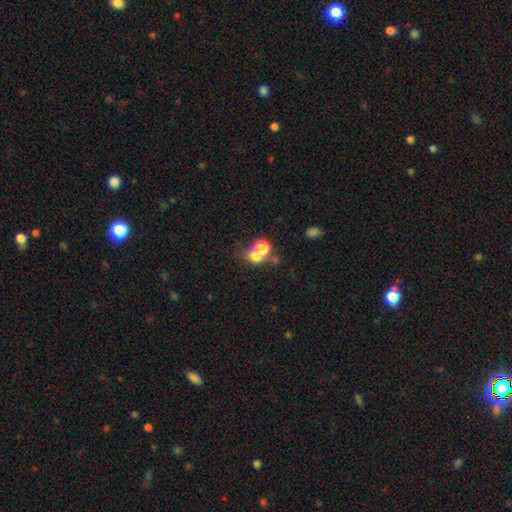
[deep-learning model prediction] A smooth galaxy with no disk features (66%) that is round (68%). Merging: merger (49%).